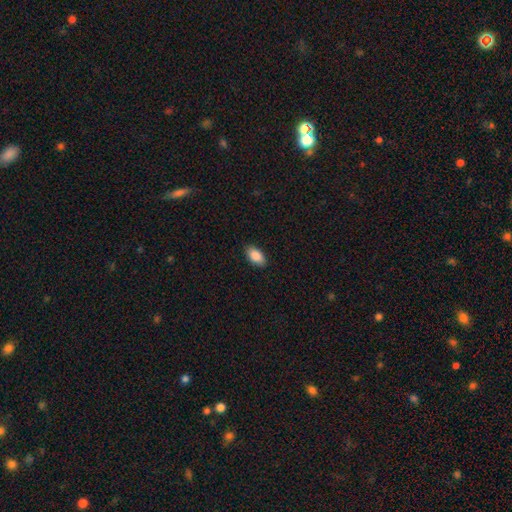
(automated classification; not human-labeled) A smooth galaxy with no disk features (88%) that is in between round and cigar-shaped (93%).

Vote fractions:
- Smooth or featured? smooth: 88% / star or artifact: 7% / featured or disk: 5%
- How rounded? in between: 93% / round: 4% / cigar-shaped: 3%
- Merging? none: 88% / minor disturbance: 9% / major disturbance: 2% / merger: 1%